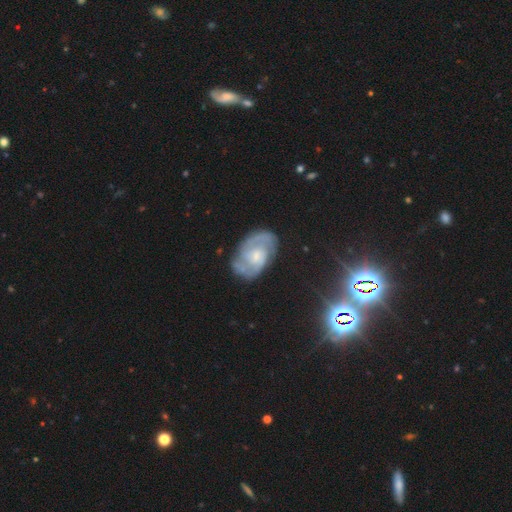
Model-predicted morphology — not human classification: This appears to be a featured or disk galaxy (81%) with no bar (58%), 2 (57%) tight (47%) spiral arms (94%) and a small central bulge (50%). Merging: none (71%).